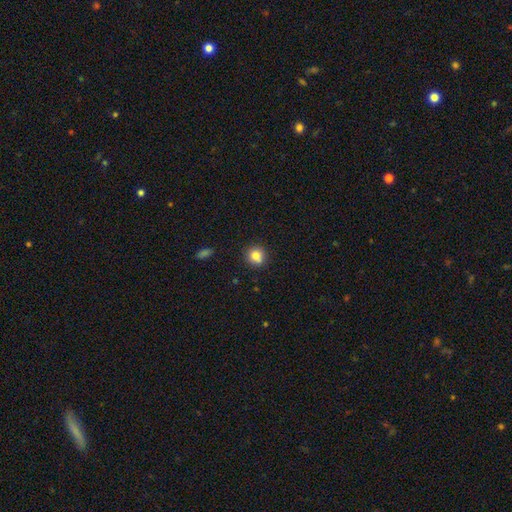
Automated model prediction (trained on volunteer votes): This appears to be a smooth galaxy with no disk features (82%) that is round (90%). Merging: none (86%).